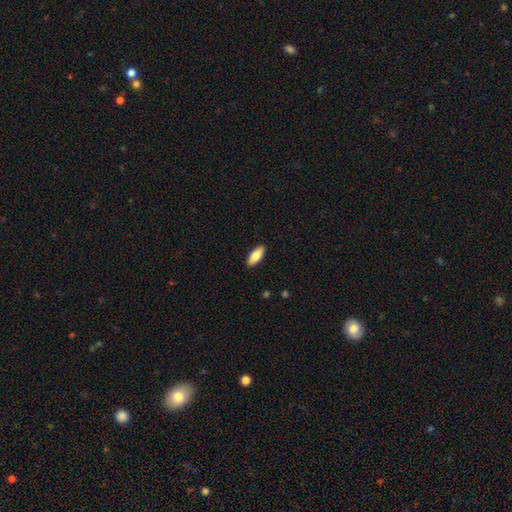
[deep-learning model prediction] Morphology: type=smooth (82%); roundness=in between (79%); merging=none (90%).